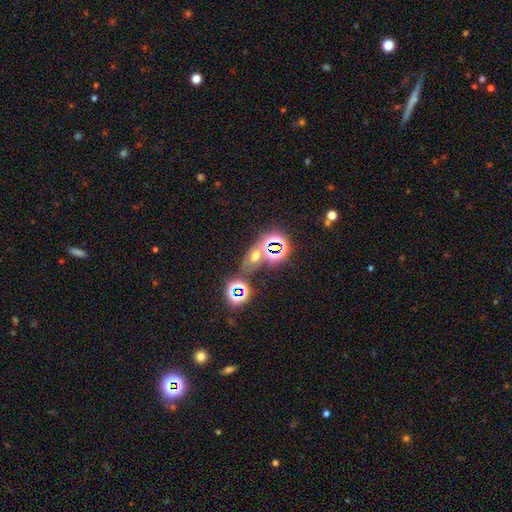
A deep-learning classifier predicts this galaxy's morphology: Smooth or featured? Predicted: star or artifact (p=0.48).